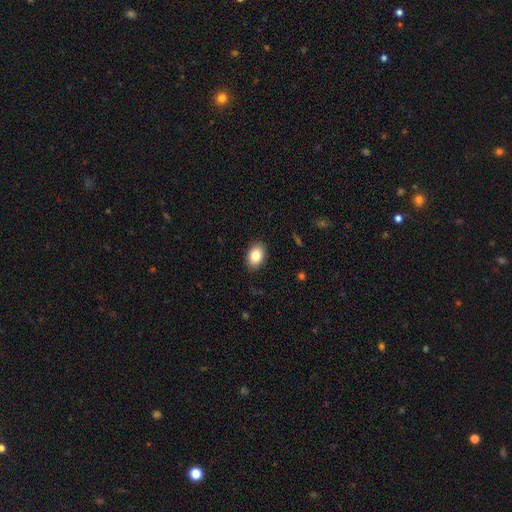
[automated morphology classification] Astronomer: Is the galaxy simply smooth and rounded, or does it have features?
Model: smooth — 84%.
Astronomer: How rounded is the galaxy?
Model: in between — 84%.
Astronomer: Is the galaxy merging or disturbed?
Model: none — 88%.